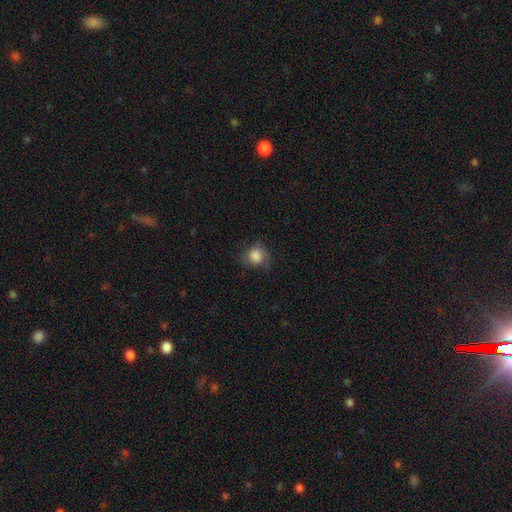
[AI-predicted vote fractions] This is clearly a smooth galaxy (83%). How rounded: likely round (74%). Merging: possibly none (60%).